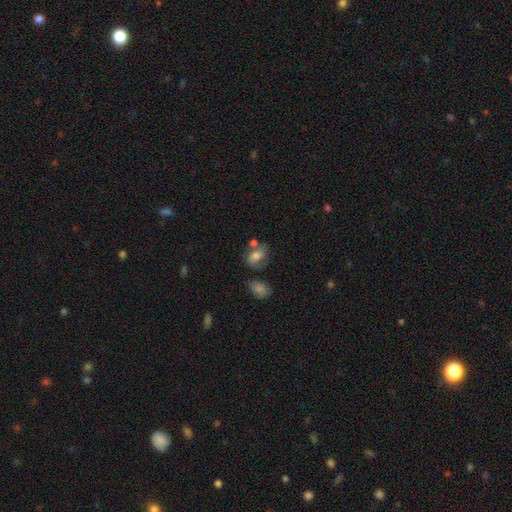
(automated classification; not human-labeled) Smooth or featured? Predicted: smooth (p=0.51). How rounded? Predicted: in between (p=0.68). Merging? Predicted: none (p=0.43).